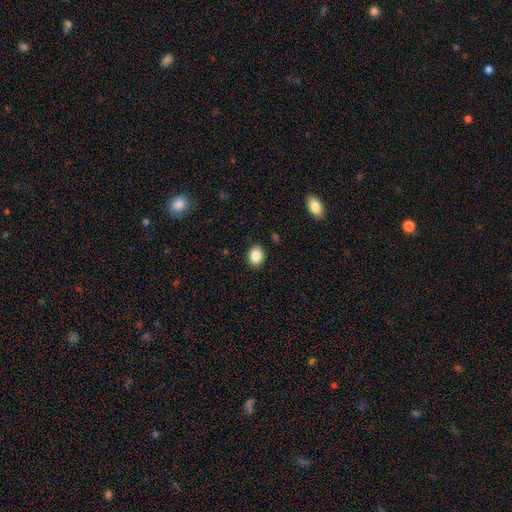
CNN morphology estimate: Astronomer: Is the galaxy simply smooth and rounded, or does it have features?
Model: smooth — 86%.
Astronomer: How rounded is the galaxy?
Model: in between — 61% (runner-up: round, 38%).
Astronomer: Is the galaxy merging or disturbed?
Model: none — 89%.